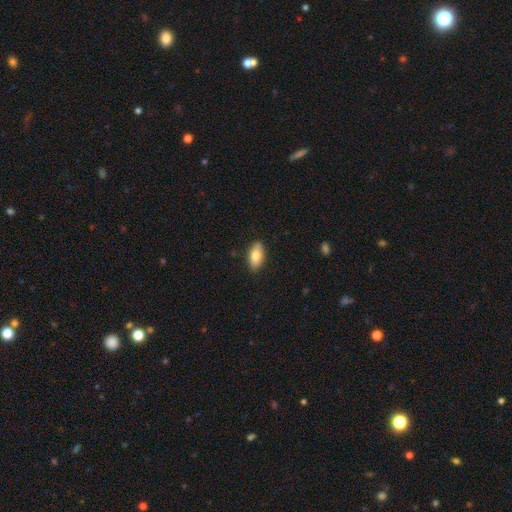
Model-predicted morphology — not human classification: A smooth galaxy with no disk features (79%) that is in between round and cigar-shaped (90%). Merging: none (88%).